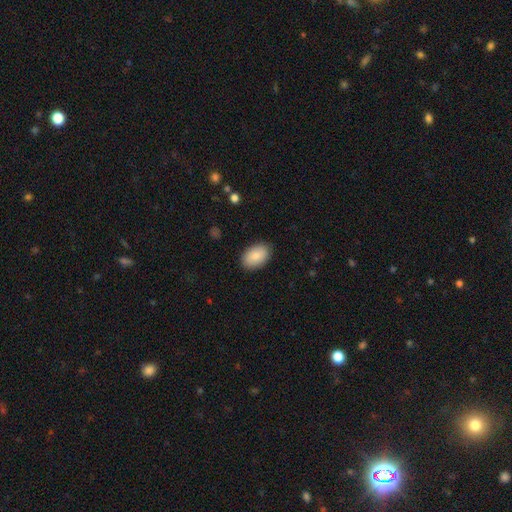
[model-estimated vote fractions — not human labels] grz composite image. It shows a smooth galaxy with no disk features (87%) that is in between round and cigar-shaped (91%). Merging: none (88%).